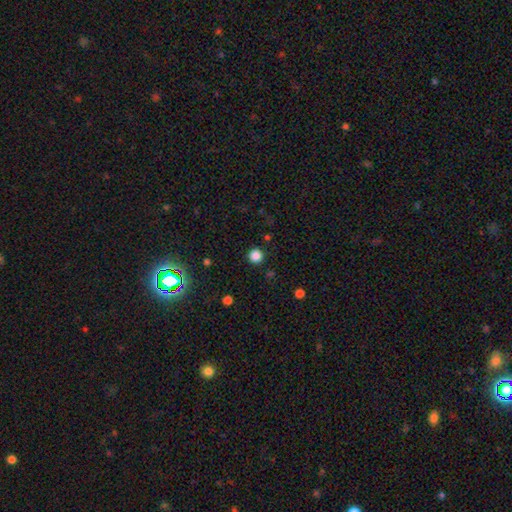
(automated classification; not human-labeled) Overall: smooth (84%). How rounded: round (95%). Merging: none (91%).